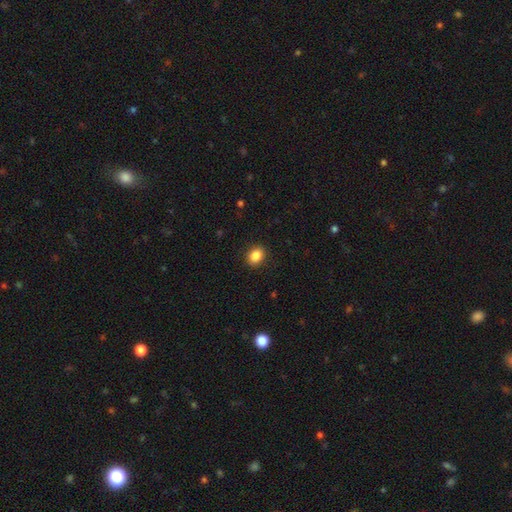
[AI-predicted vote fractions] A smooth galaxy with no disk features (87%) that is in between round and cigar-shaped (56%). Merging: none (90%).